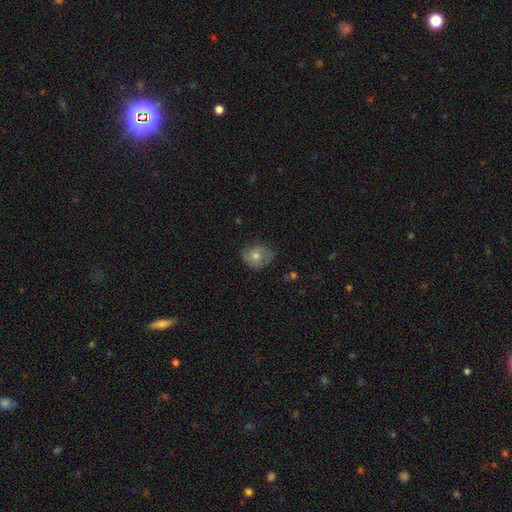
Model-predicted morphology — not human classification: Q: Smooth or featured?
A: smooth (49%); runner-up: featured or disk (40%)
Q: Merging?
A: none (68%); runner-up: minor disturbance (24%)